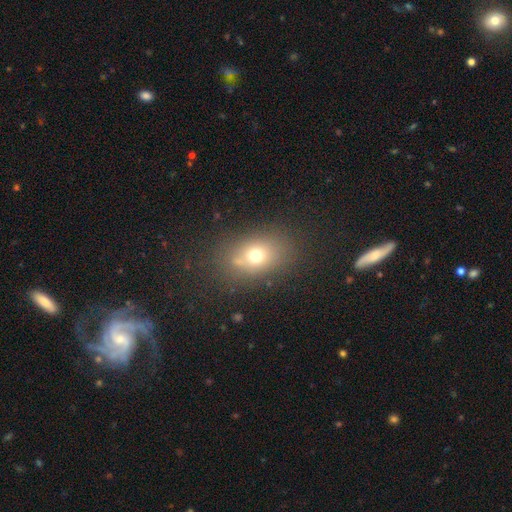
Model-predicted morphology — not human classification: type=smooth (68%); roundness=in between (63%); merging=none (74%).